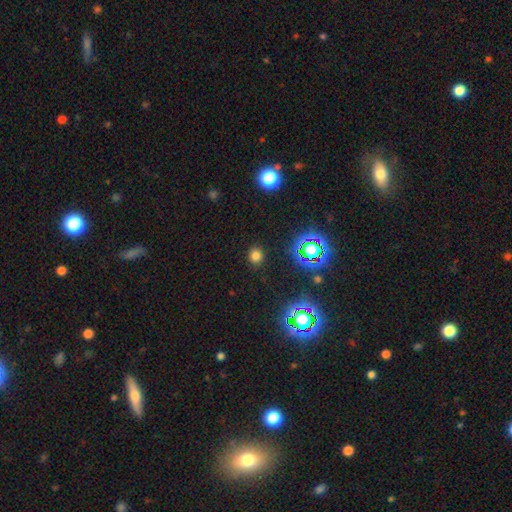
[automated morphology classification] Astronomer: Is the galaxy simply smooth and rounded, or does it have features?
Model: smooth — 71%.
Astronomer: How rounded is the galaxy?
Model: round — 86%.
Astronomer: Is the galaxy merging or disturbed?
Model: none — 89%.